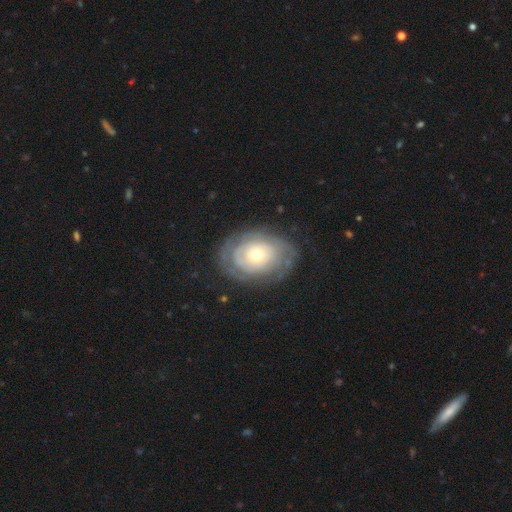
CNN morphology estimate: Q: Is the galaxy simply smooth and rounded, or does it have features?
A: featured or disk — 58%.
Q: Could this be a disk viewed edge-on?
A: no — 95%.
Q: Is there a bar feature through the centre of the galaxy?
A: no — 74%.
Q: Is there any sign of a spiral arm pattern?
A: yes — 75%.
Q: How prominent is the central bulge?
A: moderate — 62%.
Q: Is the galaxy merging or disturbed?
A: none — 84%.